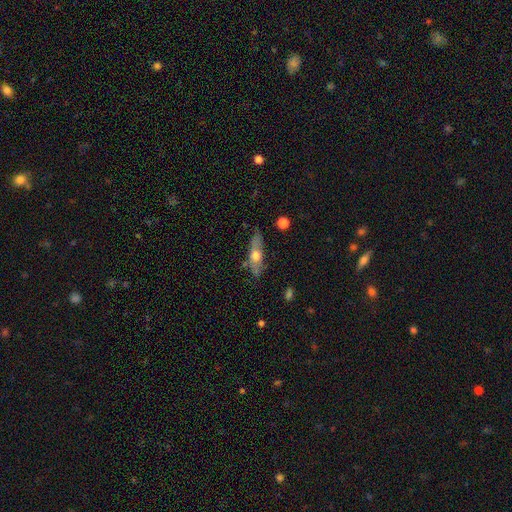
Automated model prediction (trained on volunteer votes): Smooth or featured: featured or disk — 48% (smooth — 45%)
Merging: none — 76% (minor disturbance — 18%)